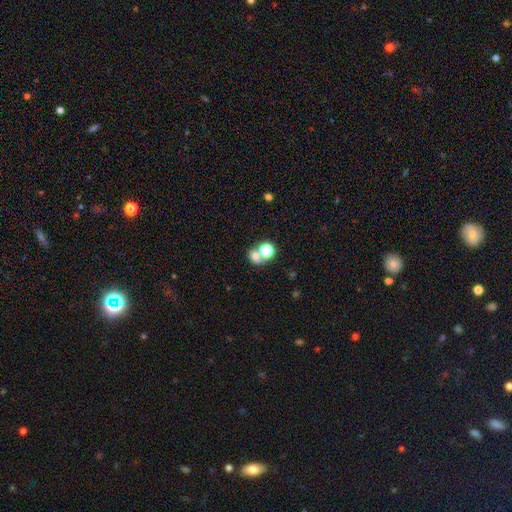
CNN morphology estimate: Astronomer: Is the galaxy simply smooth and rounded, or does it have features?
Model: smooth — 68%.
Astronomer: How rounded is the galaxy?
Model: round — 73%.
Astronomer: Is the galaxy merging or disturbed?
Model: merger — 48% (runner-up: none, 41%).